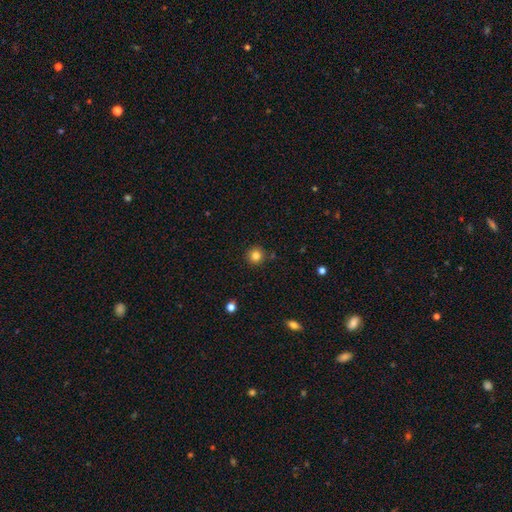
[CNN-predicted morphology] smooth 82%, star or artifact 12%, featured or disk 6%. Down the decision tree: how rounded — round (94%); merging — none (88%).